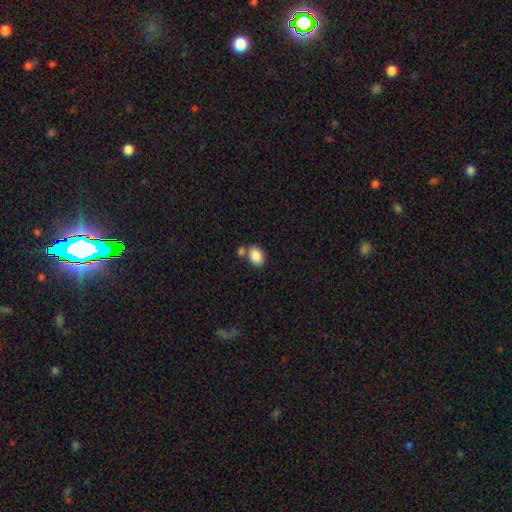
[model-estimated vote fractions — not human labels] Smooth or featured? smooth (87%)
How rounded? in between (71%)
Merging? none (61%)